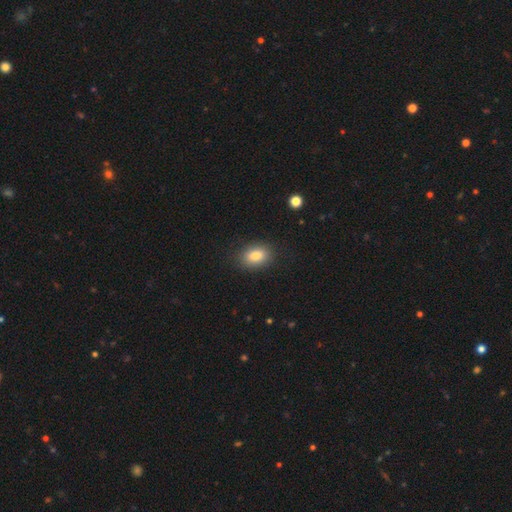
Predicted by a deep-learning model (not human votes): A smooth galaxy with no disk features (83%) that is in between round and cigar-shaped (79%).

Vote fractions:
- Smooth or featured? smooth: 83% / star or artifact: 9% / featured or disk: 8%
- How rounded? in between: 79% / round: 19% / cigar-shaped: 1%
- Merging? none: 86% / minor disturbance: 10% / major disturbance: 3% / merger: 1%